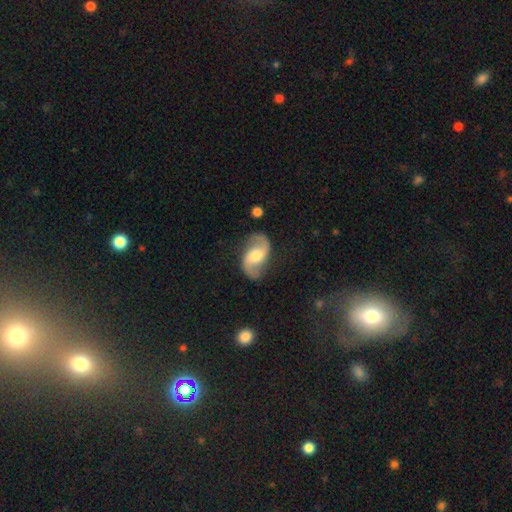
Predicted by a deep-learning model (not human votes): This is clearly a featured or disk galaxy (86%). It is clearly not viewed edge-on (97%). Bar: possibly no (46%). Spiral arm pattern: clearly yes (96%). Spiral arm count: clearly 2 (94%). Spiral winding: likely loose (62%). Central bulge: likely moderate (65%). Merging: clearly none (82%).